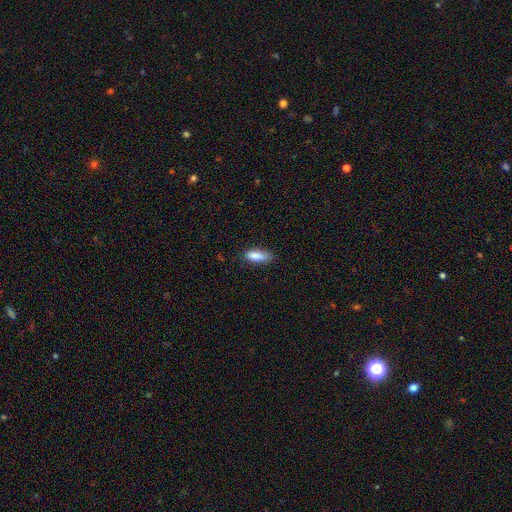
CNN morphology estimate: Smooth or featured? smooth (86%)
How rounded? in between (62%)
Merging? none (77%)